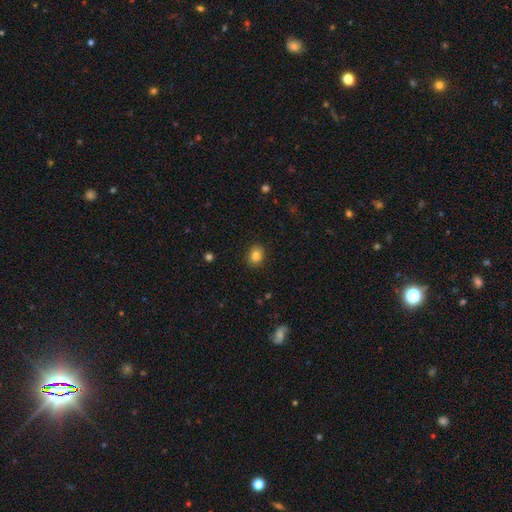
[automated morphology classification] smooth_or_featured: smooth (p=0.85) [alt: star or artifact p=0.10]
how_rounded: round (p=0.57) [alt: in between p=0.42]
merging: none (p=0.88) [alt: minor disturbance p=0.09]